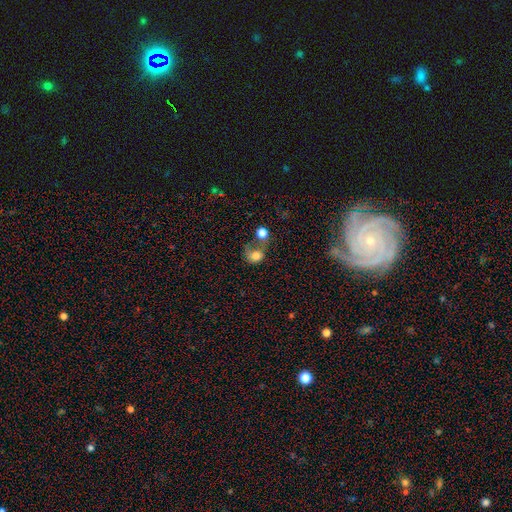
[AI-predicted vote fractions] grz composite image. It shows a smooth galaxy with no disk features (74%) that is round (64%). Merging: merger (35%).